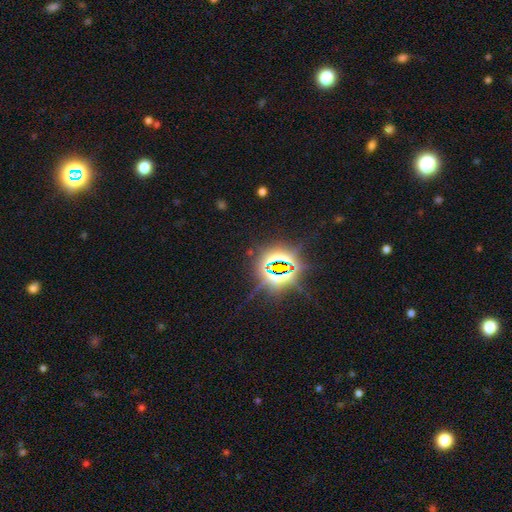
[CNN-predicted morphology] star or artifact 82%, smooth 11%, featured or disk 7%.